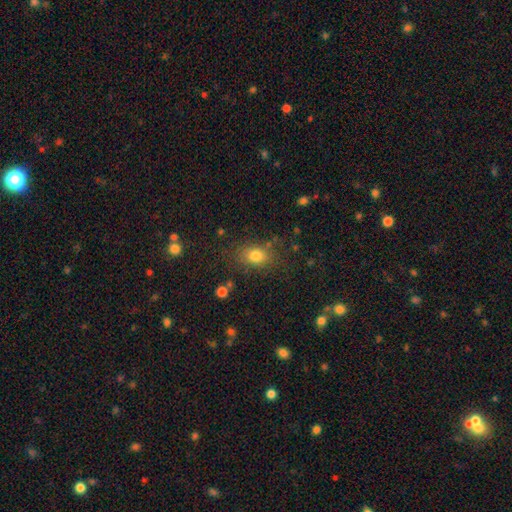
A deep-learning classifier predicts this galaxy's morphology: smooth 79%, star or artifact 12%, featured or disk 10%. Down the decision tree: how rounded — in between (72%); merging — none (76%).